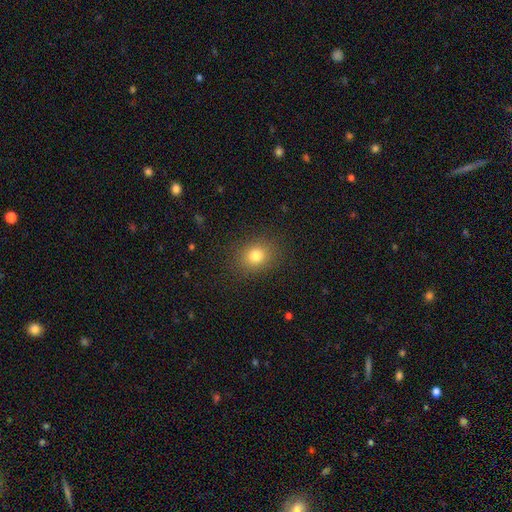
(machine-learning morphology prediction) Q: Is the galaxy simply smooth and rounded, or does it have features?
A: smooth — 80%.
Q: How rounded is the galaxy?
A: round — 61%.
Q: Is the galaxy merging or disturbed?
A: none — 88%.